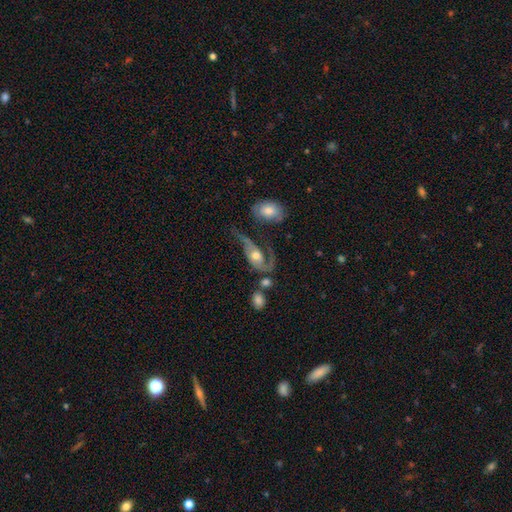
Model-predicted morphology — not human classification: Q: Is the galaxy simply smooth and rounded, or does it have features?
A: featured or disk — 74%.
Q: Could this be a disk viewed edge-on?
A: no — 93%.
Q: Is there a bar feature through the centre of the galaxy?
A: no — 68%.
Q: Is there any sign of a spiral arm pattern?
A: yes — 87%.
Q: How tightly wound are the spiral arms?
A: loose — 55%.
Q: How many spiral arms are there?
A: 2 — 63%.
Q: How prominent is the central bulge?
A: moderate — 67%.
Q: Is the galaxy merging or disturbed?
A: major disturbance — 42%.